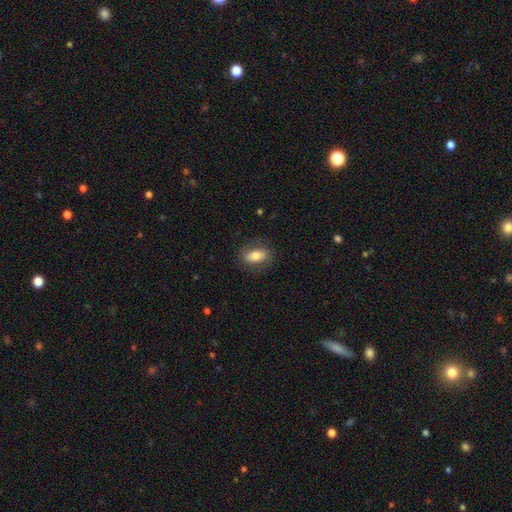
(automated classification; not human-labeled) Smooth or featured? Predicted: smooth (p=0.71). How rounded? Predicted: in between (p=0.88). Merging? Predicted: none (p=0.80).